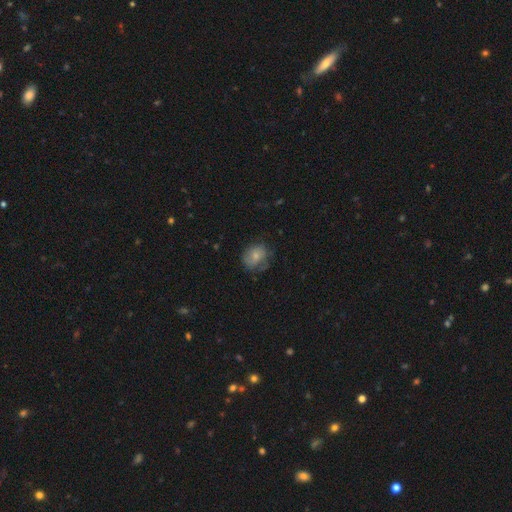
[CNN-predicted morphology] smooth 66%, featured or disk 25%, star or artifact 9%. Down the decision tree: how rounded — round (54%); merging — none (55%).